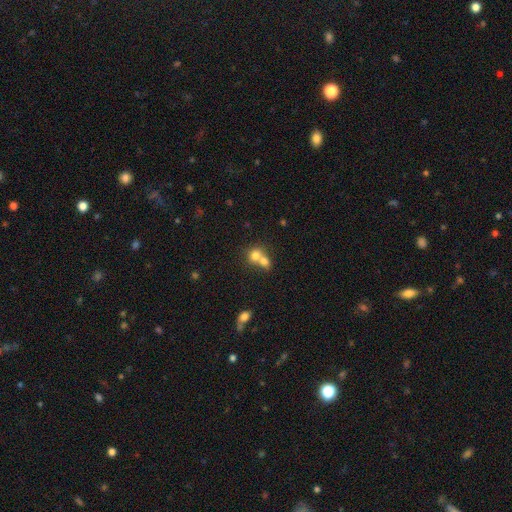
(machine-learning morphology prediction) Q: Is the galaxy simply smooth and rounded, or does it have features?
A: smooth — 74%.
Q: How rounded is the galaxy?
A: round — 69%.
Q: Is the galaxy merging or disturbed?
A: merger — 66%.